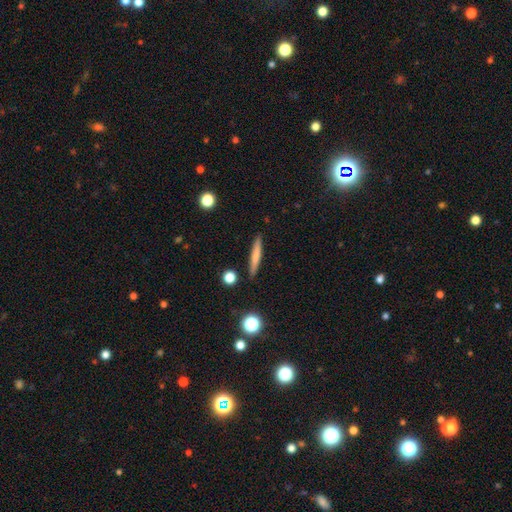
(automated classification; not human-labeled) Smooth or featured? Predicted: smooth (p=0.67). How rounded? Predicted: cigar-shaped (p=0.94). Merging? Predicted: none (p=0.90).